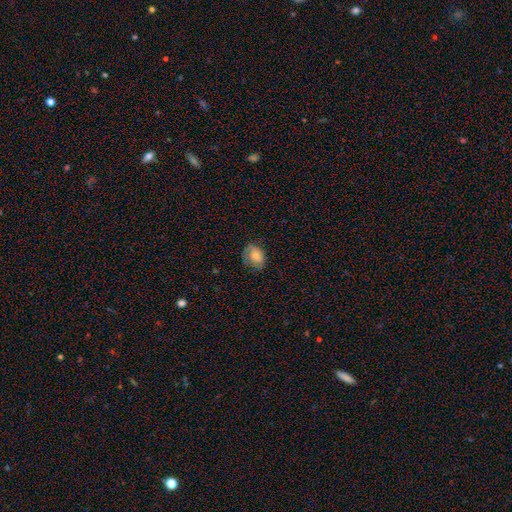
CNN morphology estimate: Overall: smooth (70%). How rounded: in between (75%). Merging: none (64%; minor disturbance 26%).